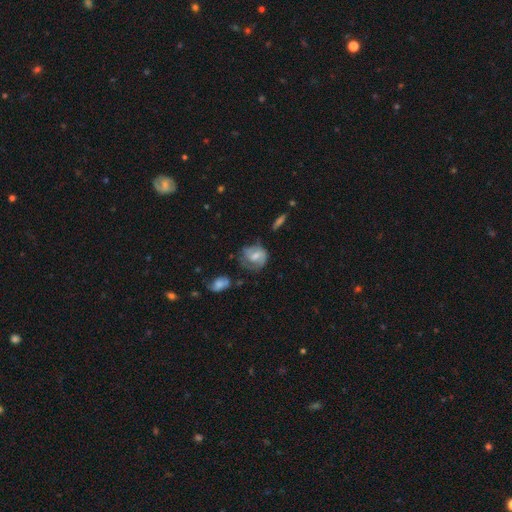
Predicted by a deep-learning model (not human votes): Overall: featured or disk (52%; smooth 41%). Edge-on disk: no (96%). Merging: none (47%; minor disturbance 28%).